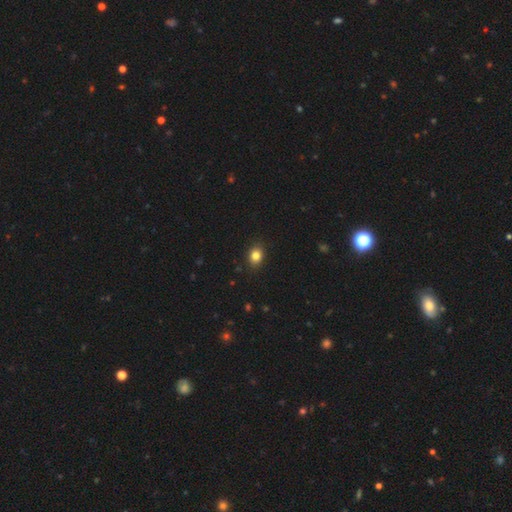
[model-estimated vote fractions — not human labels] Smooth or featured? Predicted: smooth (p=0.83). How rounded? Predicted: in between (p=0.57). Merging? Predicted: none (p=0.89).